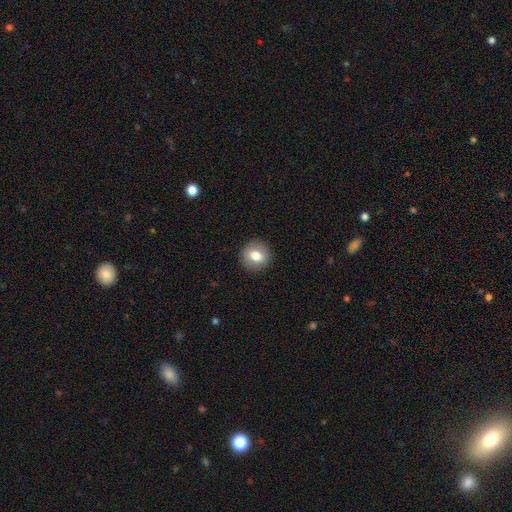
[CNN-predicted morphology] This appears to be a smooth galaxy with no disk features (74%) that is round (86%). Merging: none (89%).